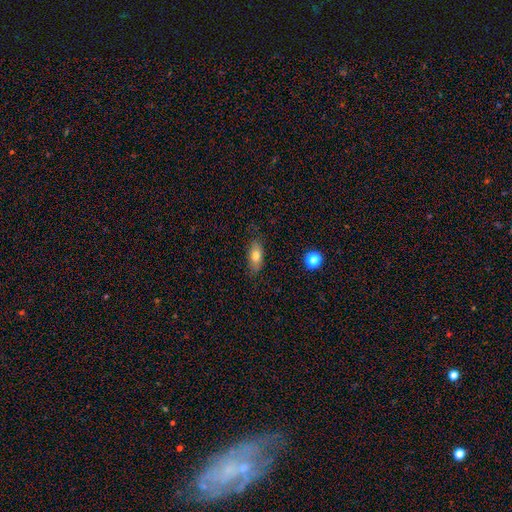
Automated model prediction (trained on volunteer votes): smooth-or-featured: smooth: 73% | featured or disk: 19% | star or artifact: 8%
  how-rounded: in between: 81% | cigar-shaped: 14% | round: 5%
  merging: none: 80% | minor disturbance: 16% | major disturbance: 3% | merger: 1%